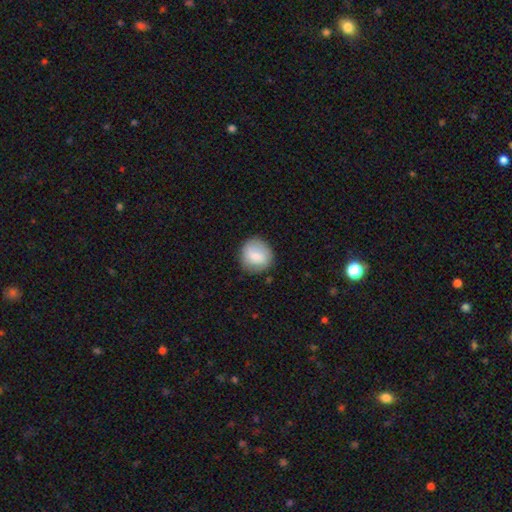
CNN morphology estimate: smooth 78%, featured or disk 15%, star or artifact 7%. Down the decision tree: how rounded — round (87%); merging — none (82%).